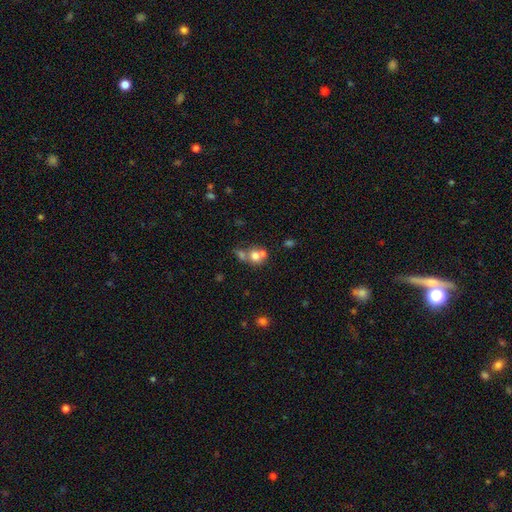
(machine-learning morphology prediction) Smooth or featured?
  - smooth: 67% *
  - featured or disk: 19%
  - star or artifact: 13%
How rounded?
  - round: 72% *
  - in between: 27%
  - cigar-shaped: 1%
Merging?
  - merger: 55% *
  - none: 32%
  - minor disturbance: 8%
  - major disturbance: 5%